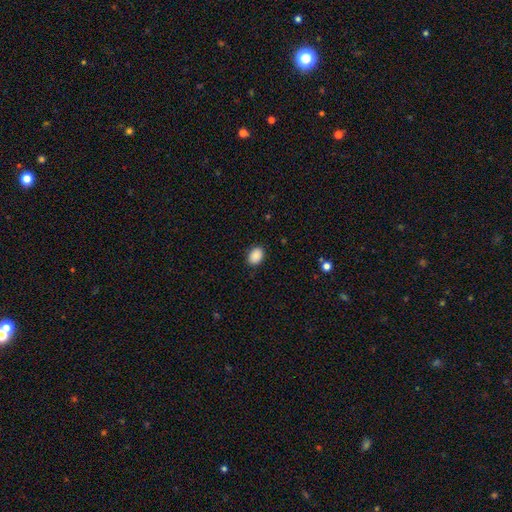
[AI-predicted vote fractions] This is clearly a smooth galaxy (90%). How rounded: likely in between (73%). Merging: clearly none (88%).